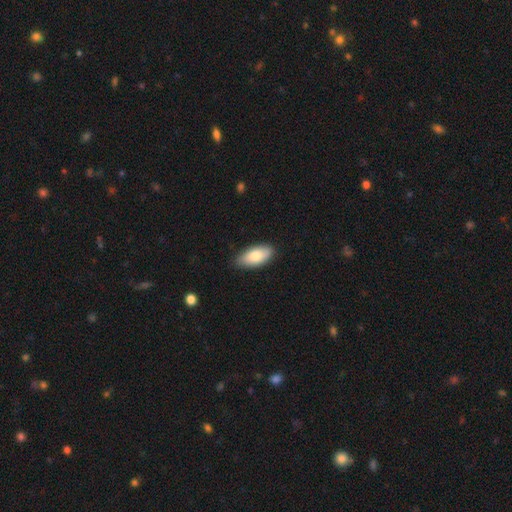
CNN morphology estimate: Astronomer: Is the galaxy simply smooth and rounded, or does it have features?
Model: smooth — 81%.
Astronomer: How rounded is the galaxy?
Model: in between — 91%.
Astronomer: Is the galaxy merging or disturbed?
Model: none — 84%.